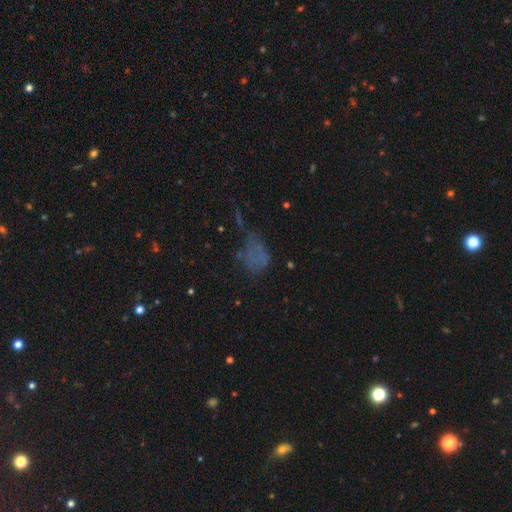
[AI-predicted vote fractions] smooth 47%, star or artifact 29%, featured or disk 24%. Down the decision tree: merging — major disturbance (35%).